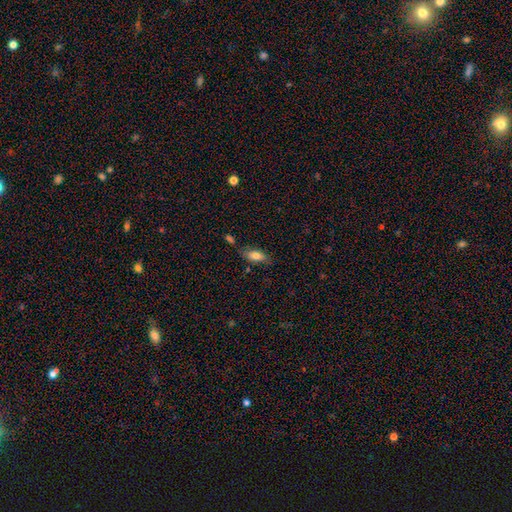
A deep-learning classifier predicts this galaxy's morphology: smooth-or-featured: smooth: 79% | featured or disk: 13% | star or artifact: 7%
  how-rounded: in between: 86% | cigar-shaped: 11% | round: 3%
  merging: none: 70% | minor disturbance: 19% | merger: 6% | major disturbance: 5%